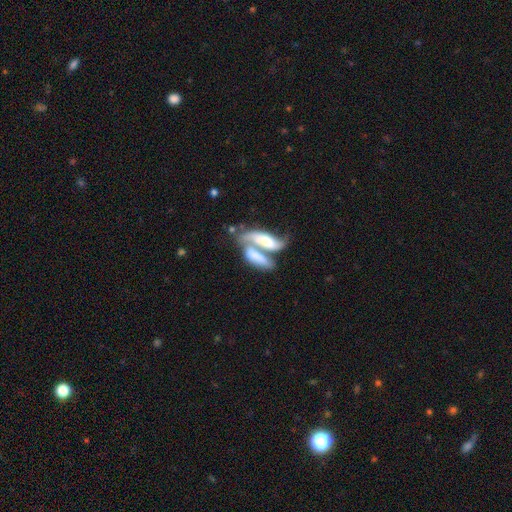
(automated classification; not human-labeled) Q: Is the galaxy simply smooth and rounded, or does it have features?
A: smooth — 54%.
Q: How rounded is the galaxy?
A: in between — 67%.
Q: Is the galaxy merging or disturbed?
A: merger — 73%.